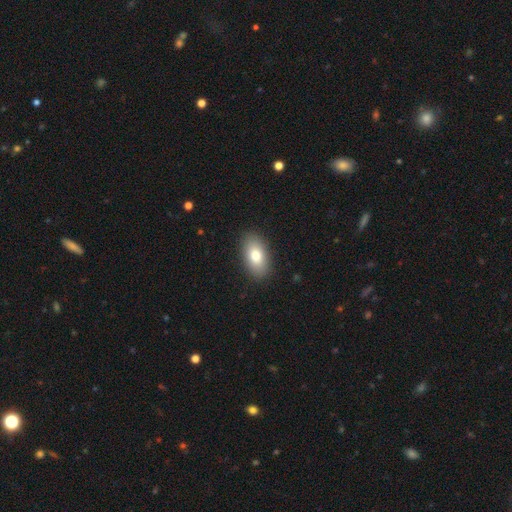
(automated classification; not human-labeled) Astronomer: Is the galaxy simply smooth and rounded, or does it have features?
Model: smooth — 80%.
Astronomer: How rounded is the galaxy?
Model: in between — 92%.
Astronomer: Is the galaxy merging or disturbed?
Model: none — 88%.